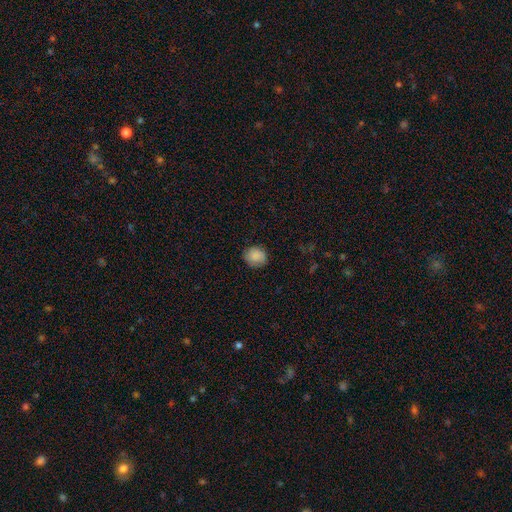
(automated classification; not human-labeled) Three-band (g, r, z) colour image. It shows a smooth galaxy with no disk features (87%) that is round (81%). Merging: none (83%).